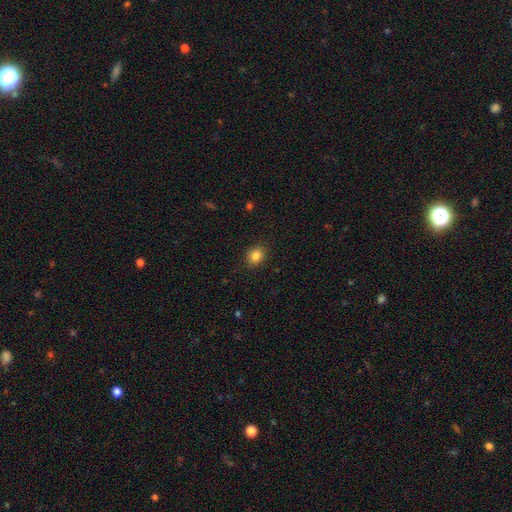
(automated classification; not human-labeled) This is clearly a smooth galaxy (84%). How rounded: possibly round (52%). Merging: clearly none (89%).